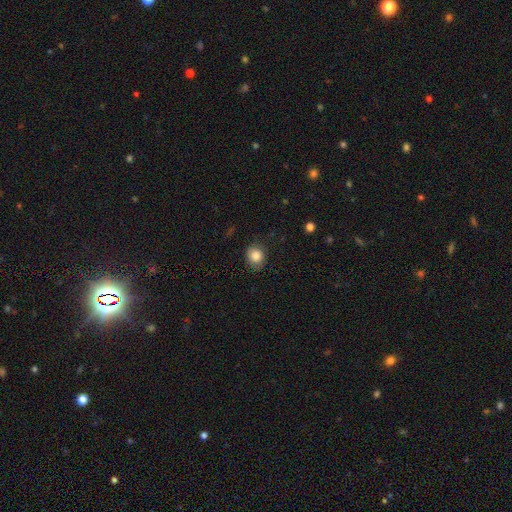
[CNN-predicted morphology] This appears to be a smooth galaxy with no disk features (84%) that is round (70%). Merging: none (80%).